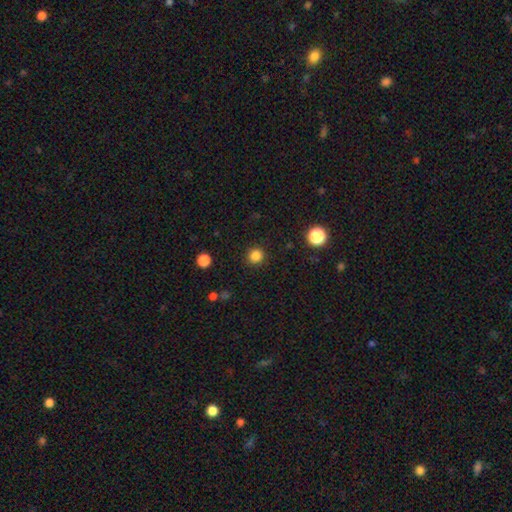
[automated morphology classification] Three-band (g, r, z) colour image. It shows a smooth galaxy with no disk features (84%) that is round (93%). Merging: none (91%).